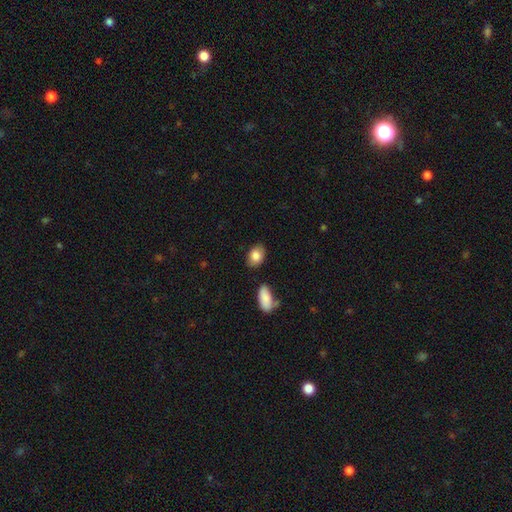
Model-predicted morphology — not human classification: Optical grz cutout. It shows a smooth galaxy with no disk features (84%) that is in between round and cigar-shaped (82%). Merging: none (80%).